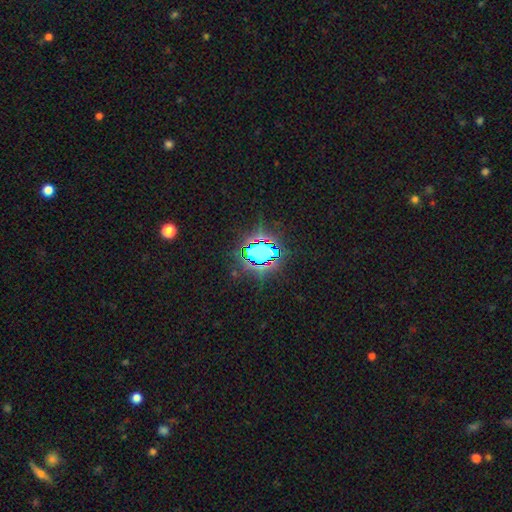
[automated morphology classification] Smooth or featured?
  - star or artifact: 71% *
  - smooth: 19%
  - featured or disk: 11%